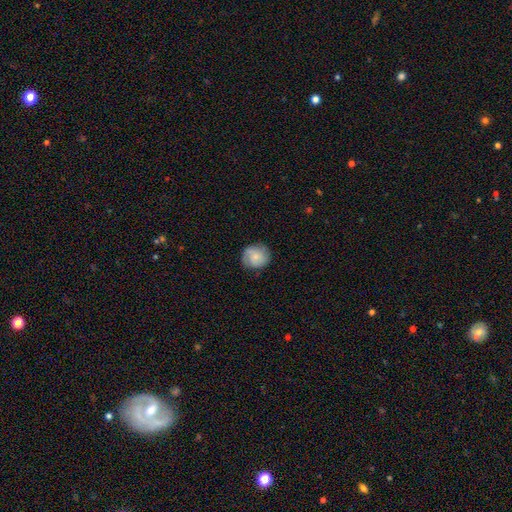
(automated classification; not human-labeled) Smooth or featured? Predicted: smooth (p=0.57). How rounded? Predicted: round (p=0.85). Merging? Predicted: none (p=0.77).